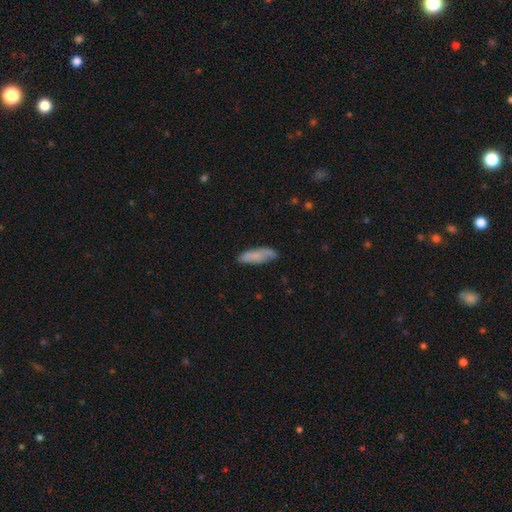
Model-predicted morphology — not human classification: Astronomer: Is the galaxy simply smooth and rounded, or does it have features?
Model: smooth — 75%.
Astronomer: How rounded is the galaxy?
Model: in between — 52% (runner-up: cigar-shaped, 46%).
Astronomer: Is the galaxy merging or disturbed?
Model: none — 73%.